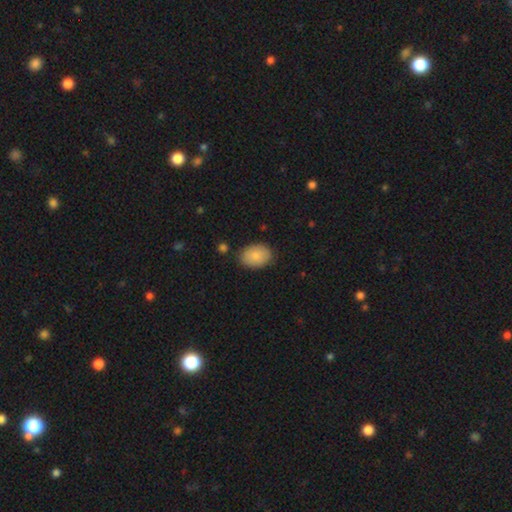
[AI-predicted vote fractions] A smooth galaxy with no disk features (85%) that is in between round and cigar-shaped (81%). Merging: none (81%).